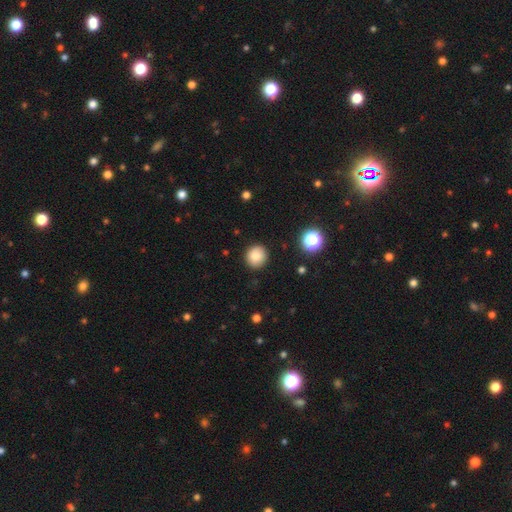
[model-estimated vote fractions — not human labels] A smooth galaxy with no disk features (84%) that is round (93%). Merging: none (90%).